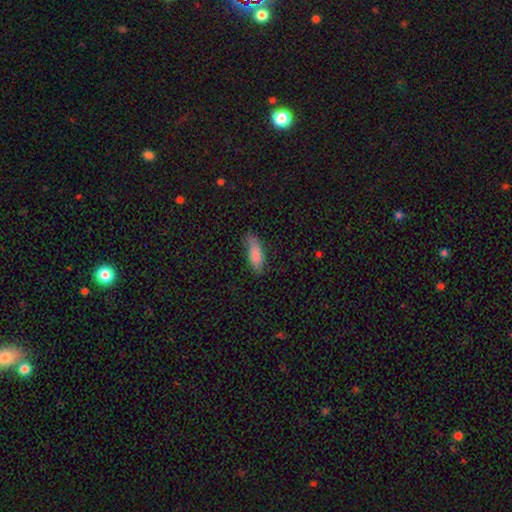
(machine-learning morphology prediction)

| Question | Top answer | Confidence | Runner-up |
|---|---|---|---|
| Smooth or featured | smooth | 82% | featured or disk (12%) |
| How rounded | in between | 67% | cigar-shaped (31%) |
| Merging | none | 67% | minor disturbance (25%) |